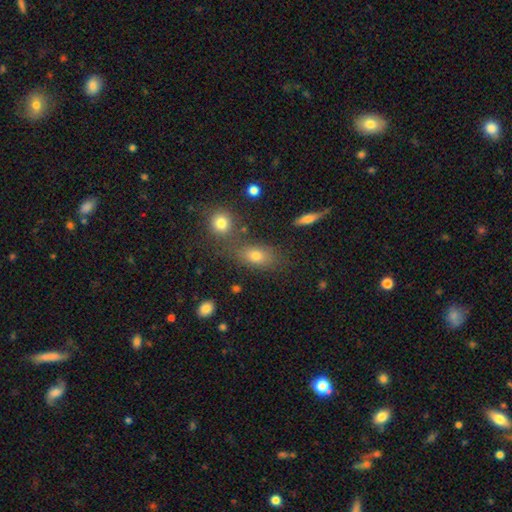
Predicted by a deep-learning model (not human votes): smooth 72%, star or artifact 14%, featured or disk 14%. Down the decision tree: how rounded — in between (75%); merging — none (63%).